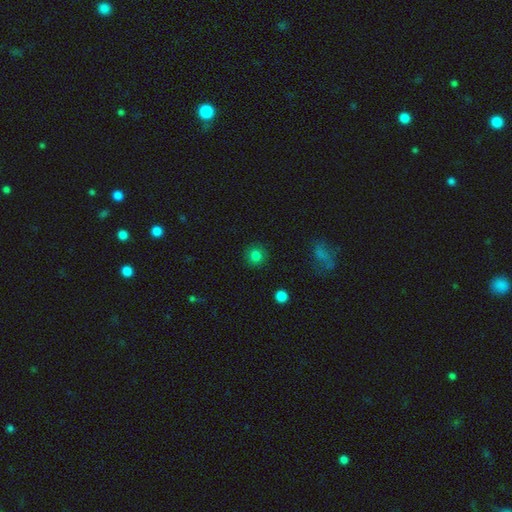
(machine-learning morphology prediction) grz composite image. It shows a smooth galaxy with no disk features (82%) that is round (92%). Merging: none (90%).